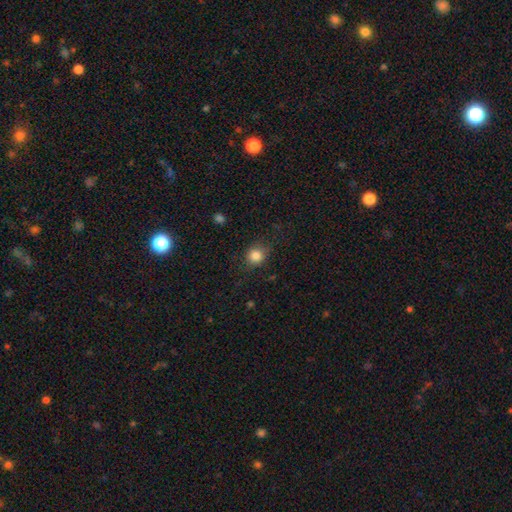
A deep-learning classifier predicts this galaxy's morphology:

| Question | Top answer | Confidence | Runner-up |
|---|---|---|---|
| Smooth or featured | smooth | 83% | star or artifact (11%) |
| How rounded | round | 81% | in between (18%) |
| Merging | none | 79% | minor disturbance (15%) |